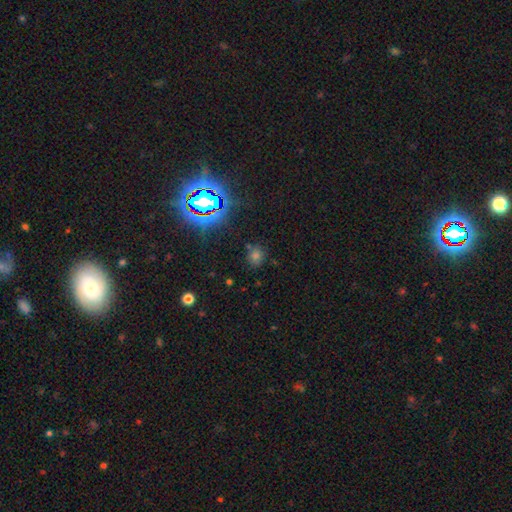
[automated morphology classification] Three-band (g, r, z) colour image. It shows a smooth galaxy with no disk features (48%). Merging: none (82%).